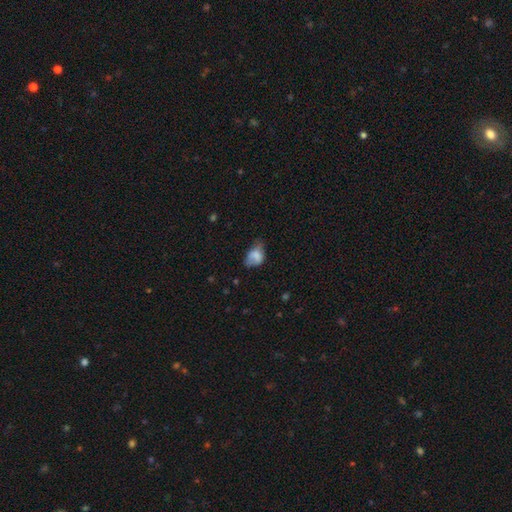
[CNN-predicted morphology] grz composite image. It shows a smooth galaxy with no disk features (74%) that is in between round and cigar-shaped (79%). Merging: minor disturbance (42%).